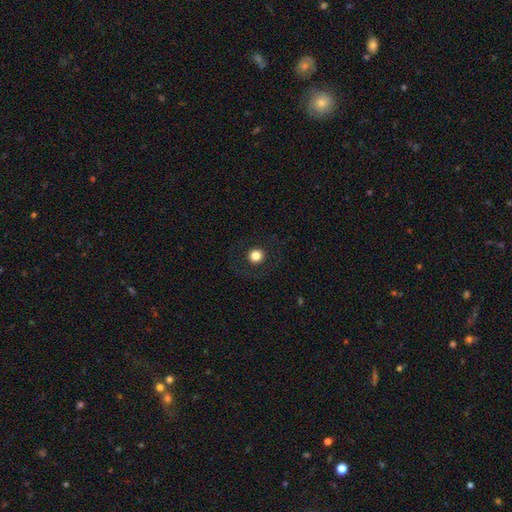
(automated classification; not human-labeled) The model was most divided on "smooth or featured": smooth: 81%, star or artifact: 11%, featured or disk: 8%. More confident: how rounded — round (93%); merging — none (89%).